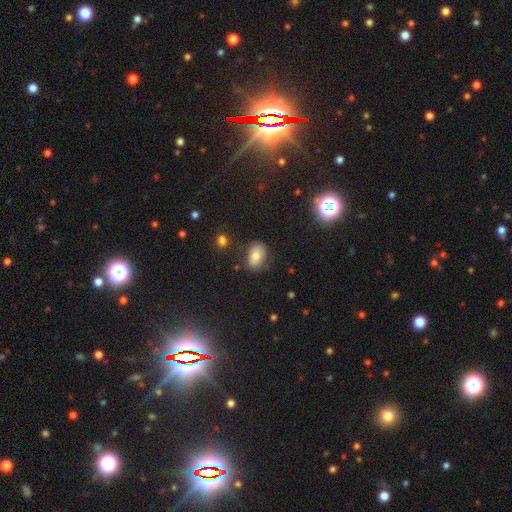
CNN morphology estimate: smooth_or_featured: smooth (p=0.71) [alt: featured or disk p=0.15]
how_rounded: in between (p=0.80) [alt: round p=0.19]
merging: none (p=0.72) [alt: minor disturbance p=0.19]